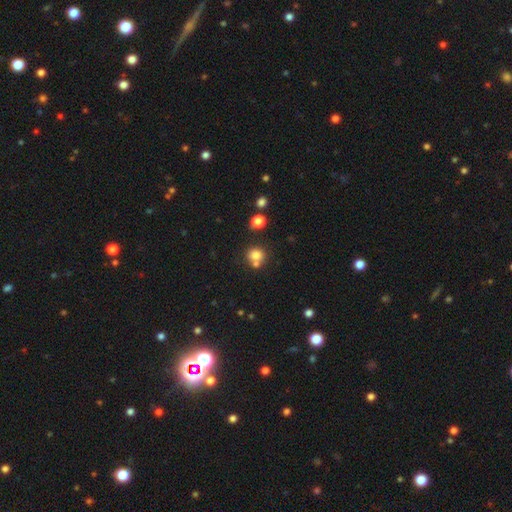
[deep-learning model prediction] Smooth or featured? Predicted: smooth (p=0.79). How rounded? Predicted: round (p=0.82). Merging? Predicted: none (p=0.58).